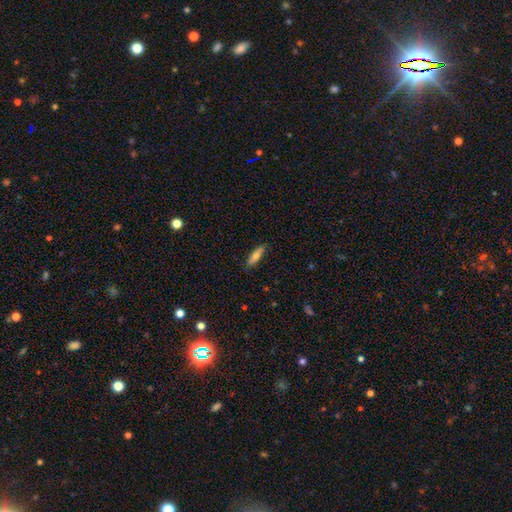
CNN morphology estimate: This is likely a smooth galaxy (70%). How rounded: likely cigar-shaped (62%). Merging: clearly none (85%).